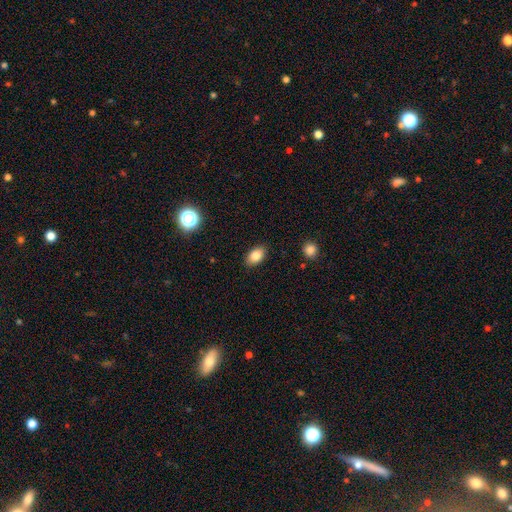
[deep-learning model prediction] Smooth or featured? smooth (84%)
How rounded? in between (89%)
Merging? none (88%)